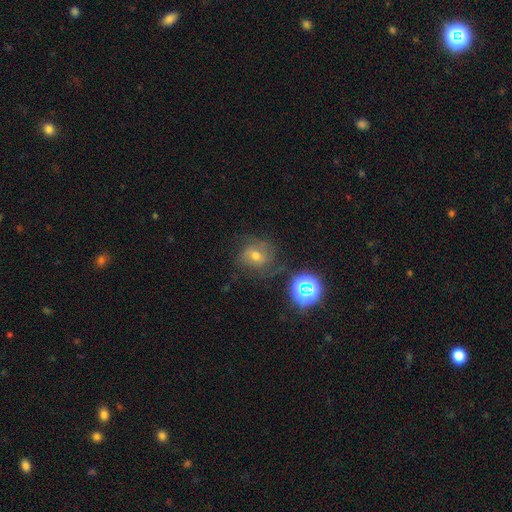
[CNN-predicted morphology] Smooth or featured? Predicted: featured or disk (p=0.44). Merging? Predicted: none (p=0.68).